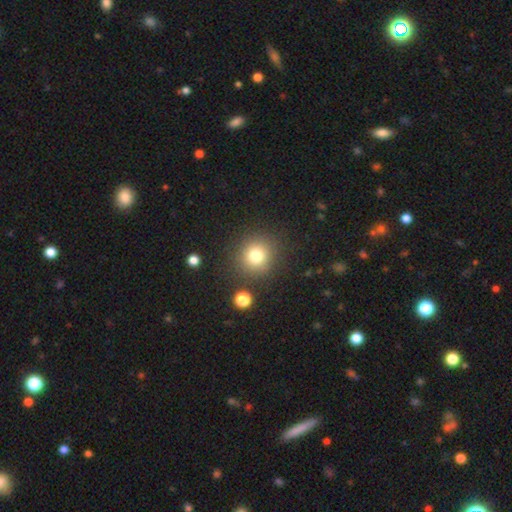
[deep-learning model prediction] This is likely a smooth galaxy (78%). How rounded: clearly round (91%). Merging: clearly none (86%).